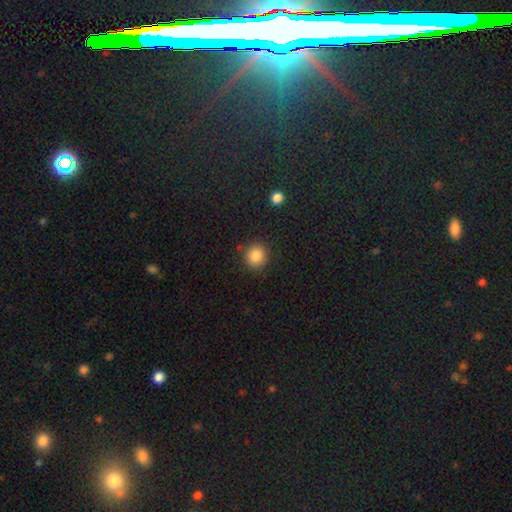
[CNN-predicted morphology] Overall: smooth (87%). How rounded: round (87%). Merging: none (86%).